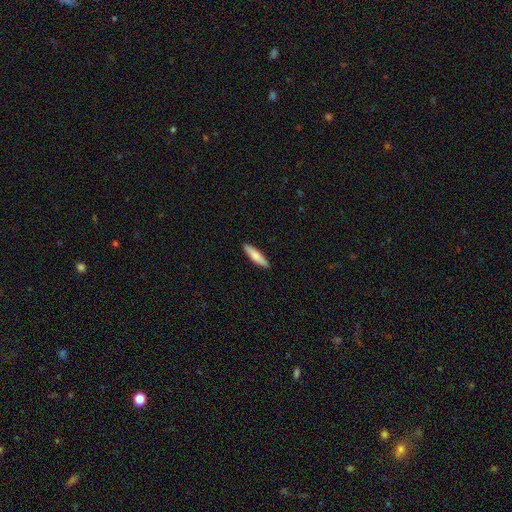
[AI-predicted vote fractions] Smooth or featured? Predicted: smooth (p=0.76). How rounded? Predicted: cigar-shaped (p=0.78). Merging? Predicted: none (p=0.91).